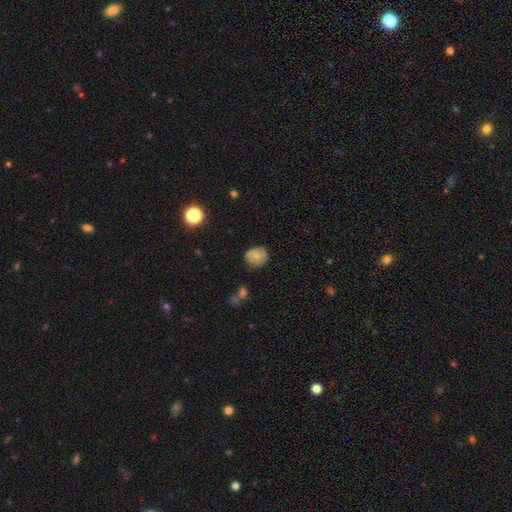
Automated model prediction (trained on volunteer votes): Smooth or featured: smooth — 74% (featured or disk — 16%)
How rounded: round — 70% (in between — 29%)
Merging: none — 73% (minor disturbance — 20%)